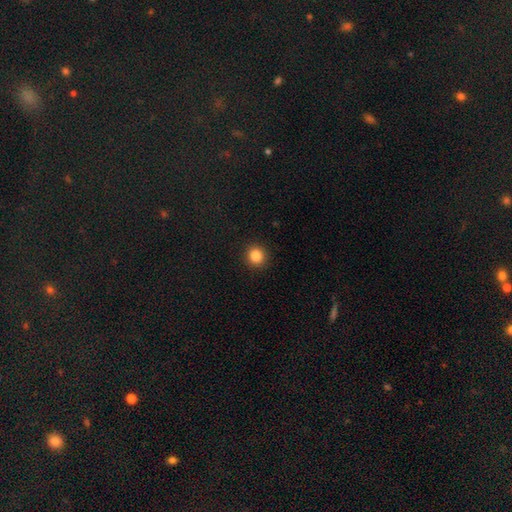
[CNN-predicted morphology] Q: Smooth or featured?
A: smooth (85%); runner-up: star or artifact (11%)
Q: How rounded?
A: round (93%); runner-up: in between (6%)
Q: Merging?
A: none (93%); runner-up: minor disturbance (5%)